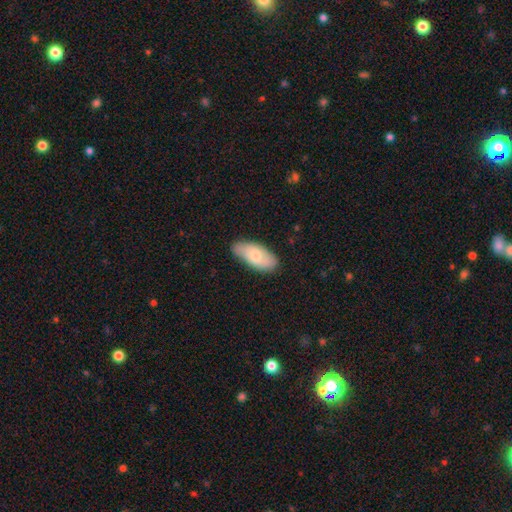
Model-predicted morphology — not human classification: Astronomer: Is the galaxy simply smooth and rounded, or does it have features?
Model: smooth — 68%.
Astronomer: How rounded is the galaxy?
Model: in between — 90%.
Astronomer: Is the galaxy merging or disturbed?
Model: none — 76%.